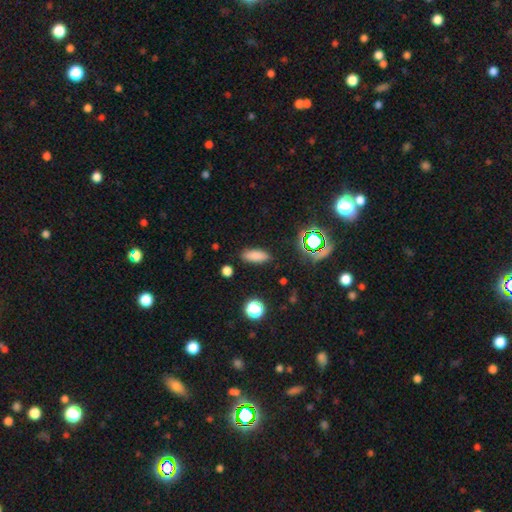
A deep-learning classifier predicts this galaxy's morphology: Q: Smooth or featured?
A: smooth (81%); runner-up: star or artifact (12%)
Q: How rounded?
A: in between (74%); runner-up: cigar-shaped (23%)
Q: Merging?
A: none (86%); runner-up: minor disturbance (9%)